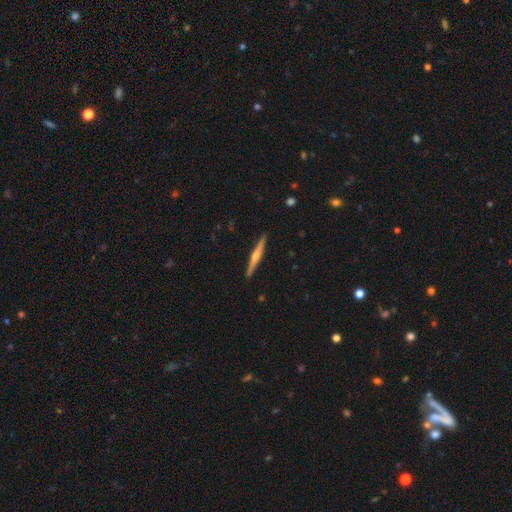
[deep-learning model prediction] featured or disk 74%, smooth 21%, star or artifact 5%. Down the decision tree: edge-on disk — yes (98%); edge-on bulge — rounded (87%); merging — none (92%).